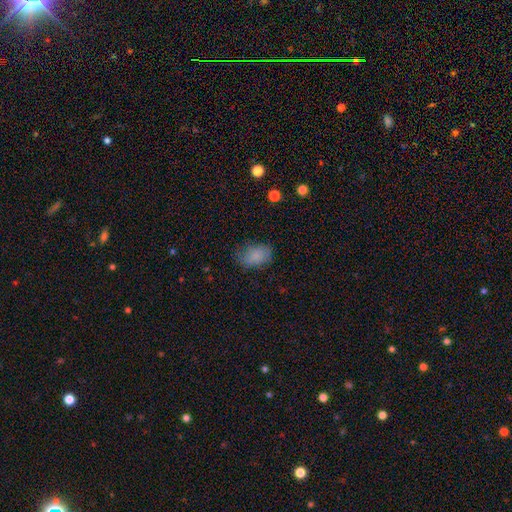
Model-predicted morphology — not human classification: A smooth galaxy with no disk features (82%) that is in between round and cigar-shaped (85%).

Vote fractions:
- Smooth or featured? smooth: 82% / star or artifact: 9% / featured or disk: 8%
- How rounded? in between: 85% / round: 14% / cigar-shaped: 1%
- Merging? none: 66% / minor disturbance: 25% / major disturbance: 8% / merger: 1%